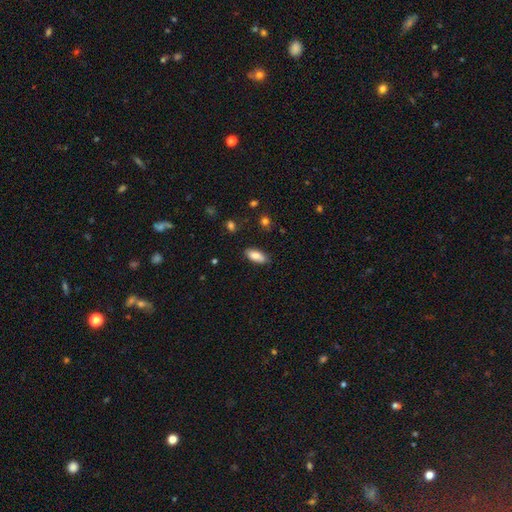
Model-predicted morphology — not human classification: Smooth or featured?
  - smooth: 83% *
  - featured or disk: 10%
  - star or artifact: 7%
How rounded?
  - in between: 85% *
  - cigar-shaped: 13%
  - round: 2%
Merging?
  - none: 82% *
  - minor disturbance: 14%
  - major disturbance: 3%
  - merger: 2%